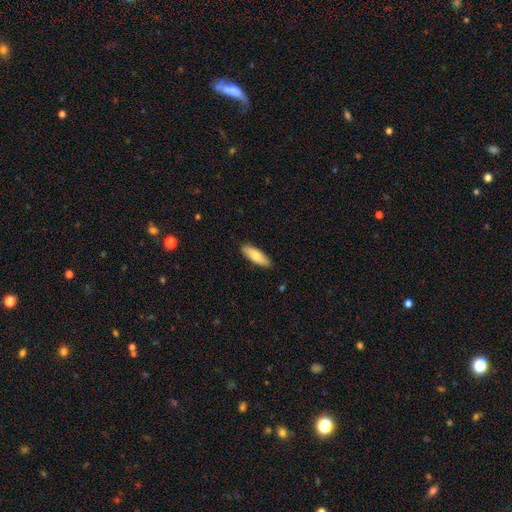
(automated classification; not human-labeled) A smooth galaxy with no disk features (78%) that is in between round and cigar-shaped (56%). Merging: none (88%).